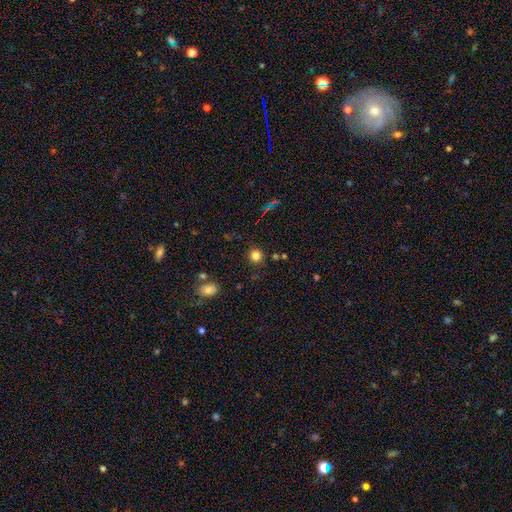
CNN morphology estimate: This is clearly a smooth galaxy (82%). How rounded: clearly round (92%). Merging: clearly none (87%).